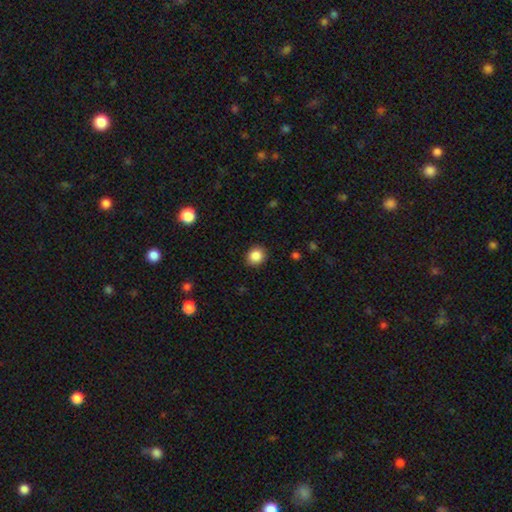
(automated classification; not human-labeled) Morphology: type=smooth (87%); roundness=round (82%); merging=none (89%).